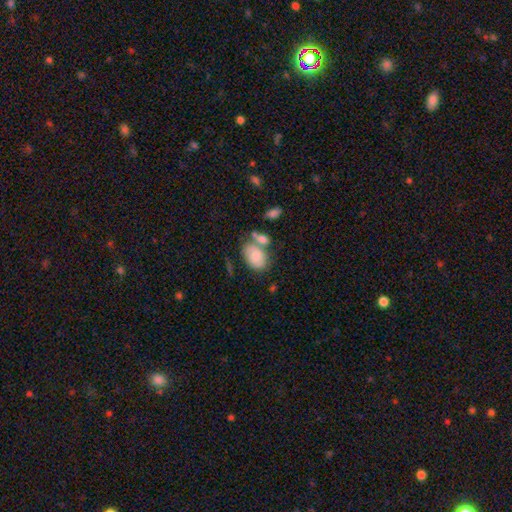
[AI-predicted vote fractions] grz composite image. It shows a smooth galaxy with no disk features (76%) that is in between round and cigar-shaped (83%). Merging: none (47%).